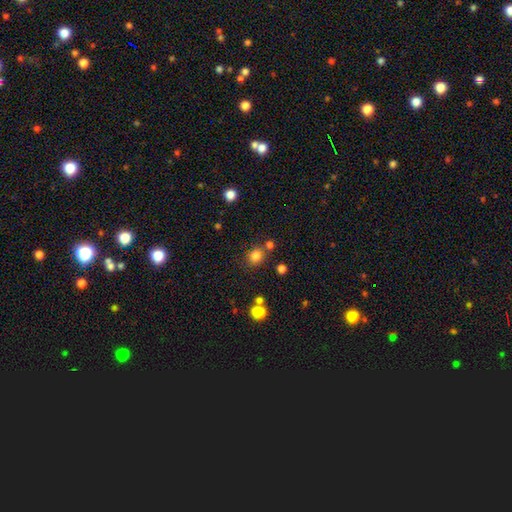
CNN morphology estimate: smooth_or_featured: smooth (p=0.81) [alt: star or artifact p=0.13]
how_rounded: round (p=0.74) [alt: in between p=0.25]
merging: none (p=0.72) [alt: merger p=0.13]